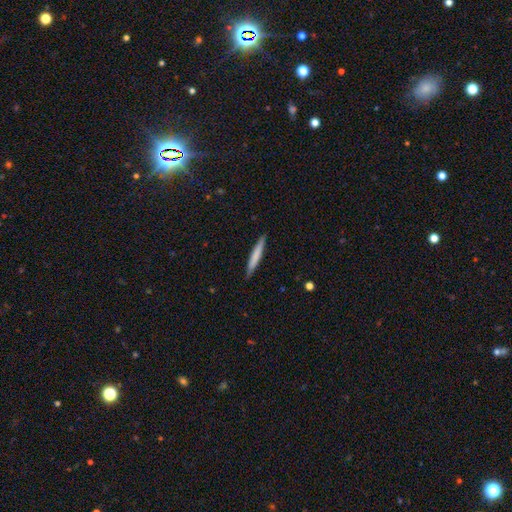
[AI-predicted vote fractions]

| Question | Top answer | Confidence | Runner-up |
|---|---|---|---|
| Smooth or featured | smooth | 70% | featured or disk (25%) |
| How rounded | cigar-shaped | 96% | in between (3%) |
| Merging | none | 89% | minor disturbance (8%) |